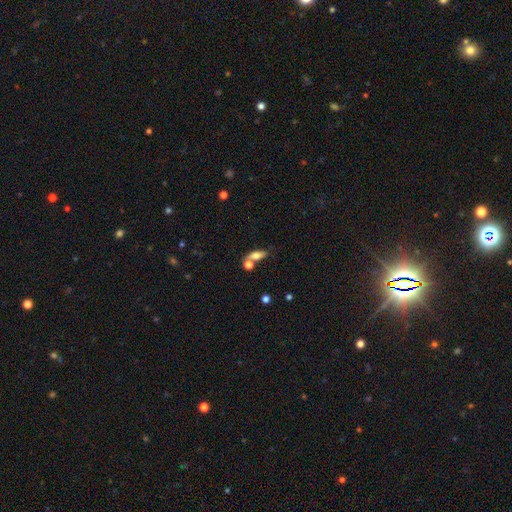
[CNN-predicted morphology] The model was most divided on "merging": none: 48%, merger: 32%, minor disturbance: 14%, major disturbance: 6%. More confident: how rounded — in between (73%); smooth or featured — smooth (68%).